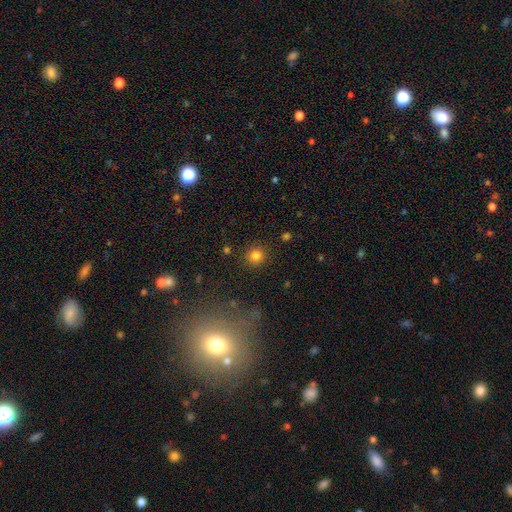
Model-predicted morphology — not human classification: This appears to be a smooth galaxy with no disk features (82%) that is round (92%). Merging: none (89%).